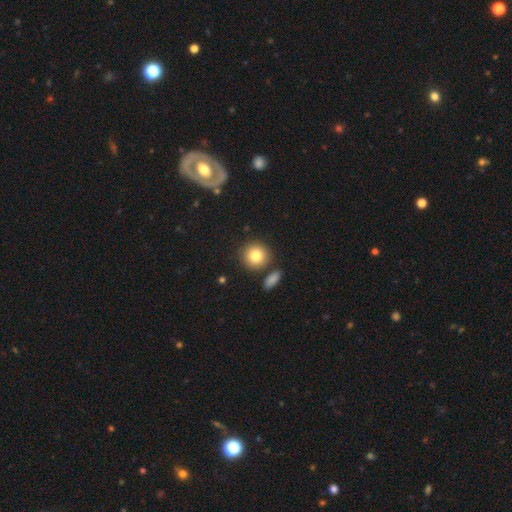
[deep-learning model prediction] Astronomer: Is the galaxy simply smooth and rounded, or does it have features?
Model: smooth — 82%.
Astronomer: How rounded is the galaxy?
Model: round — 90%.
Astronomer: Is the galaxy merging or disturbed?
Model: none — 80%.